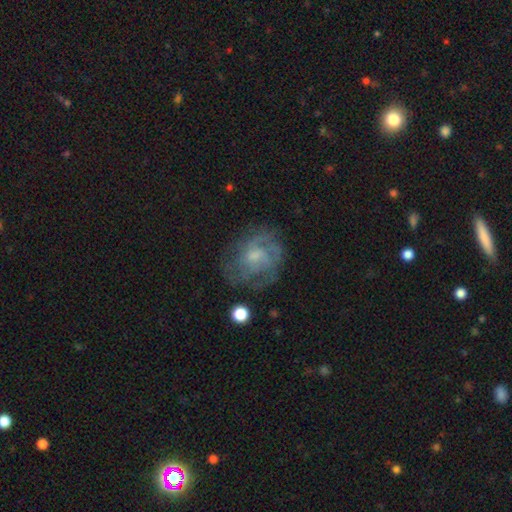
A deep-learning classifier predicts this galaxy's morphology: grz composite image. It shows a featured or disk galaxy (69%) with no bar (61%), tight (44%) spiral arms (78%) and a small central bulge (46%). Merging: none (63%).